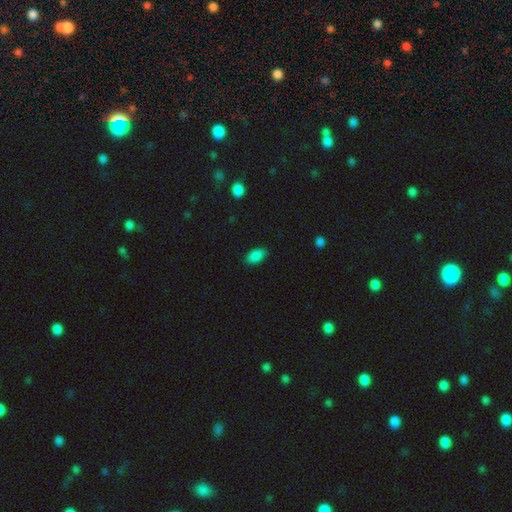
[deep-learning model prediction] Smooth or featured? Predicted: smooth (p=0.88). How rounded? Predicted: in between (p=0.93). Merging? Predicted: none (p=0.87).